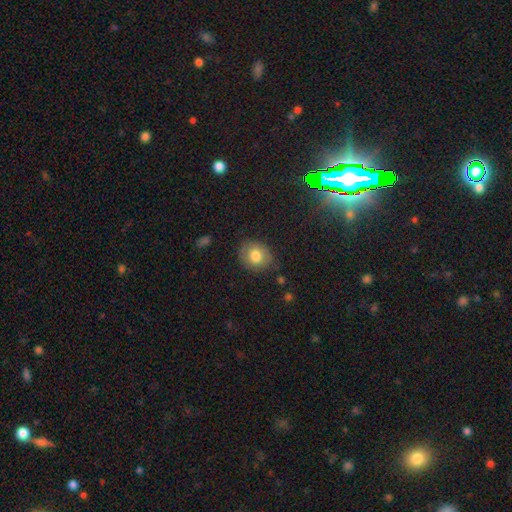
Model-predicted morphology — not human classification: smooth 77%, featured or disk 15%, star or artifact 9%. Down the decision tree: how rounded — round (67%); merging — none (81%).